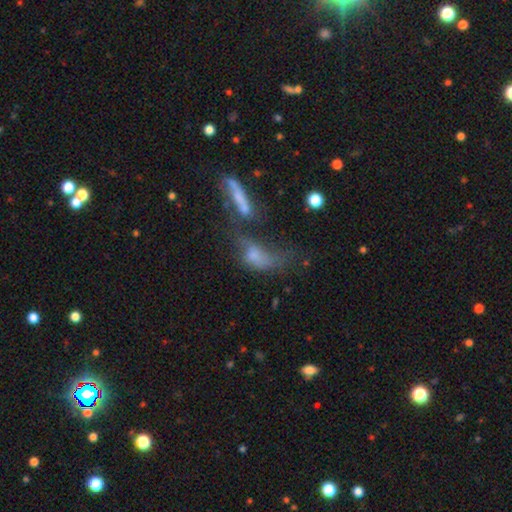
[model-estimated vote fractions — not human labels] Smooth or featured?
  - smooth: 54% *
  - featured or disk: 32%
  - star or artifact: 14%
How rounded?
  - in between: 70% *
  - cigar-shaped: 21%
  - round: 10%
Merging?
  - merger: 43% *
  - major disturbance: 29%
  - none: 15%
  - minor disturbance: 12%